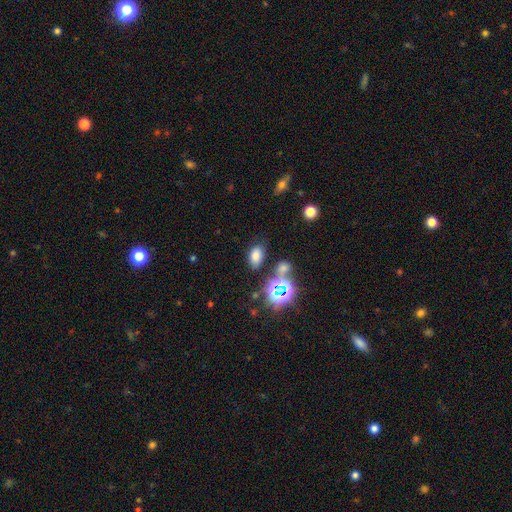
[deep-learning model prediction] A smooth galaxy with no disk features (70%) that is in between round and cigar-shaped (87%). Merging: none (78%).